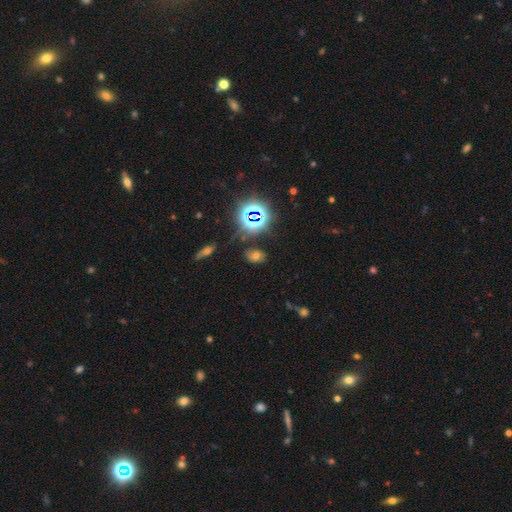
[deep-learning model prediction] This is possibly a smooth galaxy (53%). How rounded: likely in between (78%). Merging: likely none (77%).